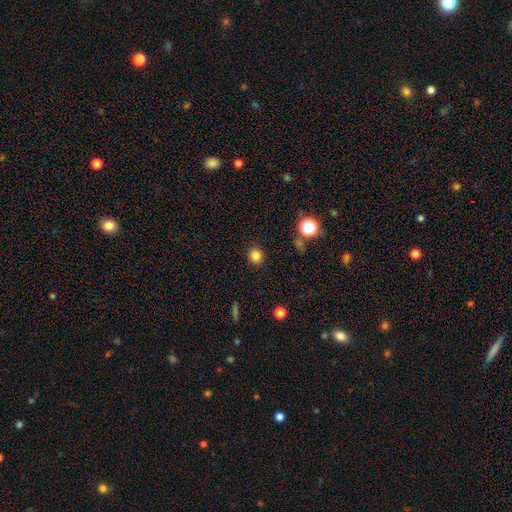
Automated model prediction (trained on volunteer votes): smooth-or-featured: smooth: 82% | star or artifact: 13% | featured or disk: 5%
  how-rounded: round: 86% | in between: 13% | cigar-shaped: 1%
  merging: none: 90% | minor disturbance: 7% | major disturbance: 2% | merger: 1%